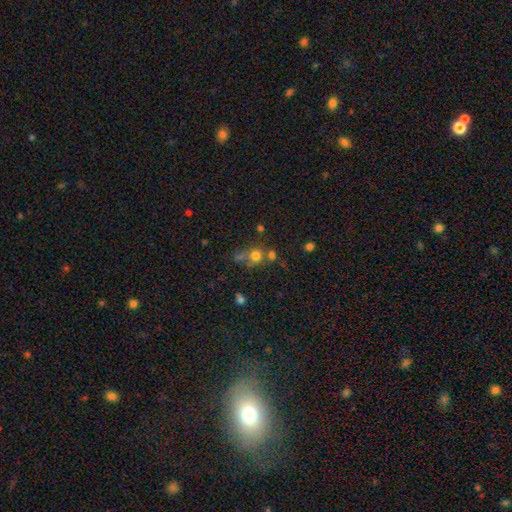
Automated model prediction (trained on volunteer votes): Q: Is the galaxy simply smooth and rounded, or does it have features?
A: smooth — 70%.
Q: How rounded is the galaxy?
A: round — 82%.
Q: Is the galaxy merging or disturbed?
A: none — 49%.